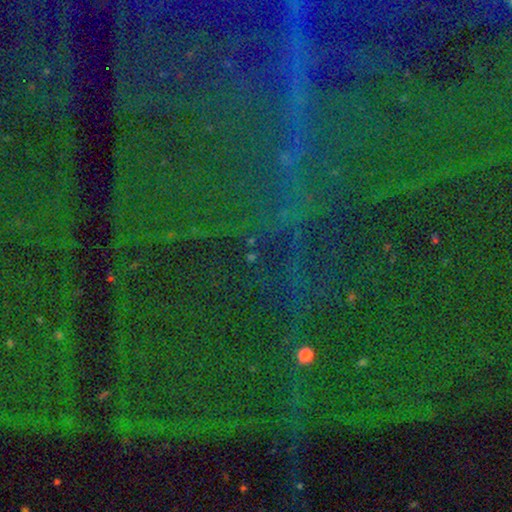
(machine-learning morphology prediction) smooth-or-featured: star or artifact: 86% | smooth: 8% | featured or disk: 6%